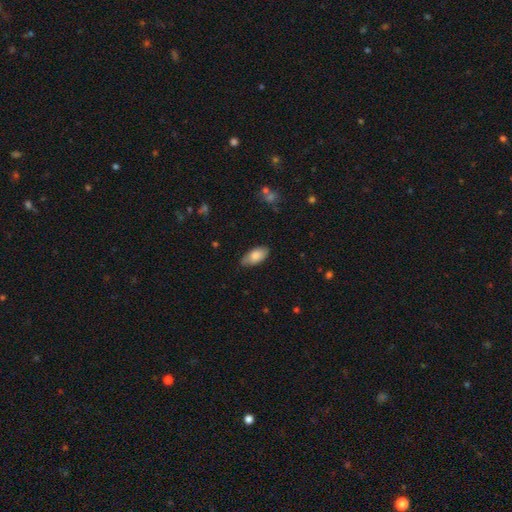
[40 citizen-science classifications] Smooth or featured: smooth — 80% (featured or disk — 12%)
How rounded: in between — 94% (cigar-shaped — 6%)
Merging: none — 92% (minor disturbance — 8%)